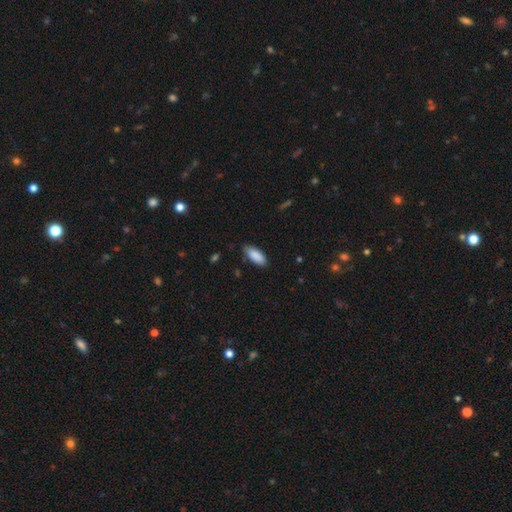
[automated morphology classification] Q: Smooth or featured?
A: smooth (89%); runner-up: star or artifact (6%)
Q: How rounded?
A: in between (81%); runner-up: cigar-shaped (17%)
Q: Merging?
A: none (83%); runner-up: minor disturbance (14%)